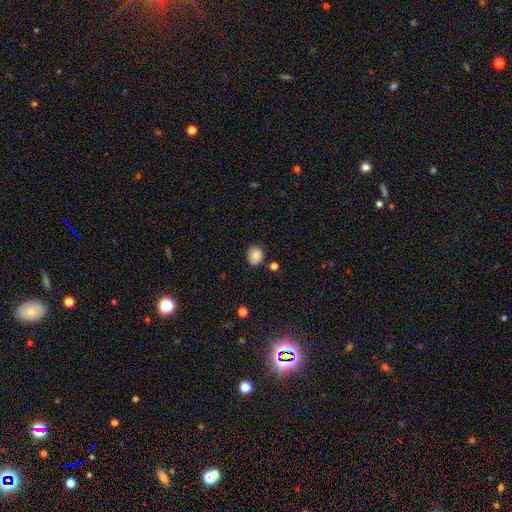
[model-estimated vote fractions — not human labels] A smooth galaxy with no disk features (84%) that is round (64%).

Vote fractions:
- Smooth or featured? smooth: 84% / star or artifact: 9% / featured or disk: 7%
- How rounded? round: 64% / in between: 35% / cigar-shaped: 1%
- Merging? none: 78% / minor disturbance: 16% / major disturbance: 3% / merger: 3%